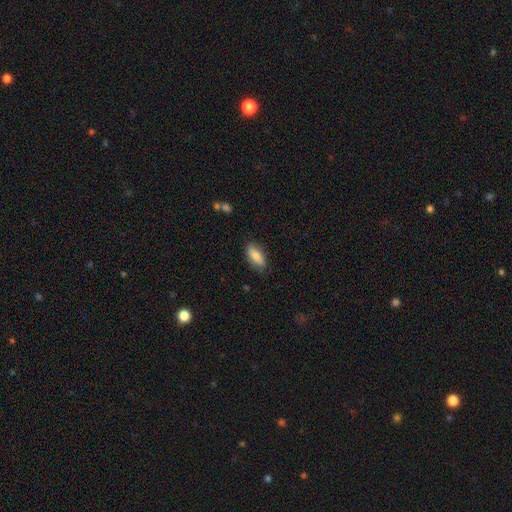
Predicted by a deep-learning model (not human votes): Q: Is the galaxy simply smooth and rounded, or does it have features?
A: smooth — 81%.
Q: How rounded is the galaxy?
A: in between — 84%.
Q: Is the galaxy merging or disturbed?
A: none — 83%.